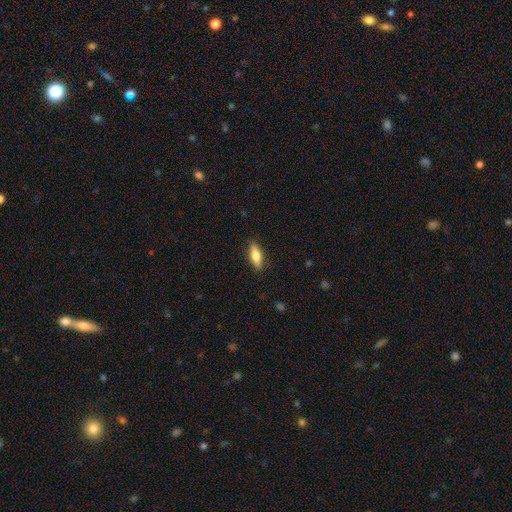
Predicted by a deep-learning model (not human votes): Smooth or featured?
  - smooth: 66% *
  - featured or disk: 28%
  - star or artifact: 6%
How rounded?
  - cigar-shaped: 49% * (tied)
  - in between: 49% * (tied)
  - round: 2%
Merging?
  - none: 87% *
  - minor disturbance: 9%
  - major disturbance: 2%
  - merger: 1%